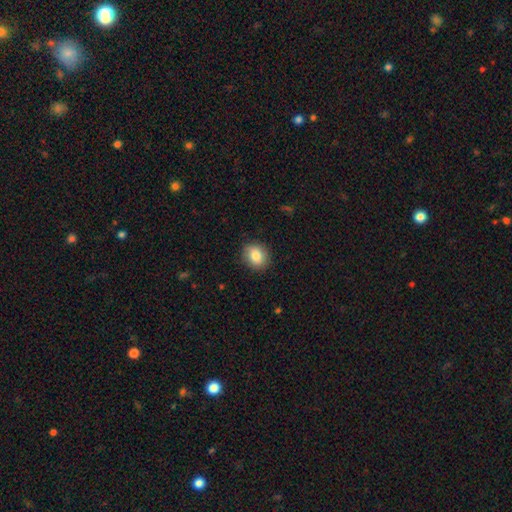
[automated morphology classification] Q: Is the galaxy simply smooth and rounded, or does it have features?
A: smooth — 84%.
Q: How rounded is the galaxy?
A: round — 59%.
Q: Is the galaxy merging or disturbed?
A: none — 87%.